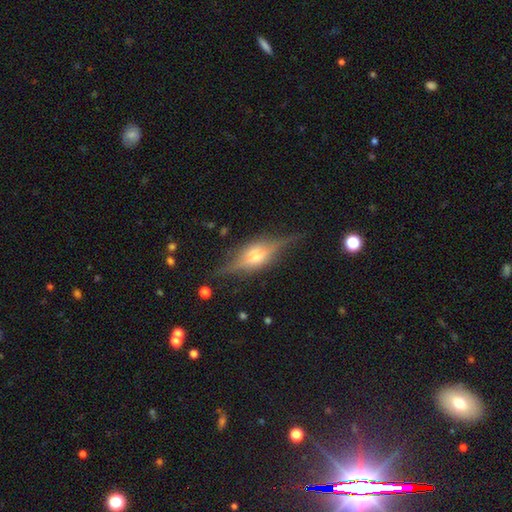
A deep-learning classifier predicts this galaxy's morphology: The model was most divided on "smooth or featured": featured or disk: 80%, smooth: 13%, star or artifact: 7%. More confident: edge-on disk — yes (95%); edge-on bulge — rounded (83%); merging — none (81%).